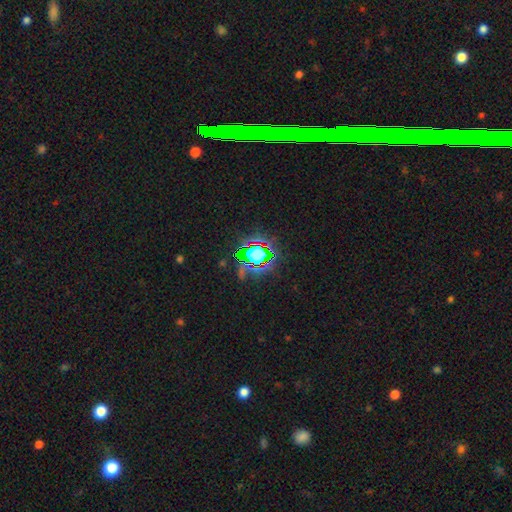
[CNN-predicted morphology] Smooth or featured? Predicted: star or artifact (p=0.66).